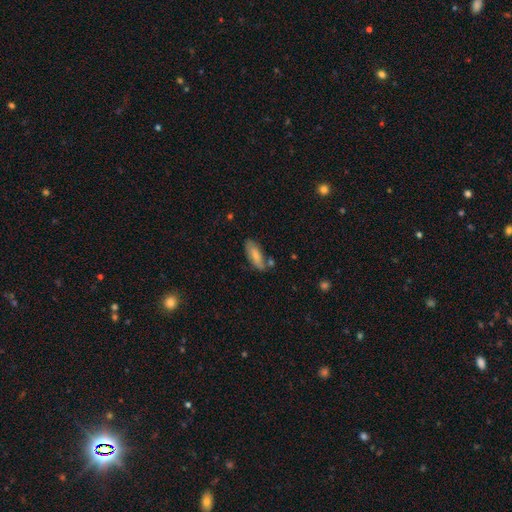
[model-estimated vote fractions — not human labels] Smooth or featured?
  - smooth: 74% *
  - featured or disk: 20%
  - star or artifact: 6%
How rounded?
  - in between: 71% *
  - cigar-shaped: 27%
  - round: 2%
Merging?
  - none: 63% *
  - minor disturbance: 23%
  - merger: 9%
  - major disturbance: 5%